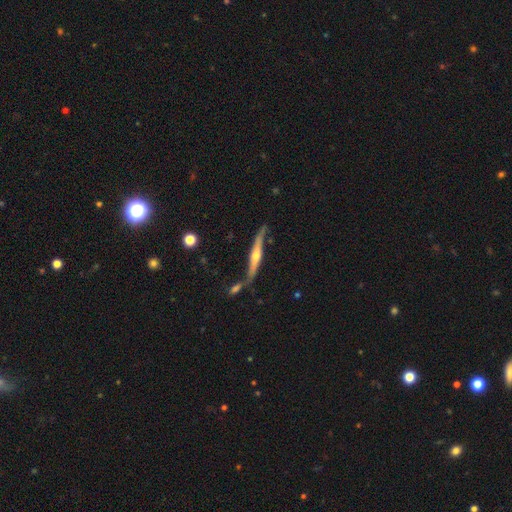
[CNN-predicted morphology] Overall: featured or disk (70%). Edge-on disk: yes (89%). Edge-on bulge: rounded (84%). Merging: none (54%; merger 20%).